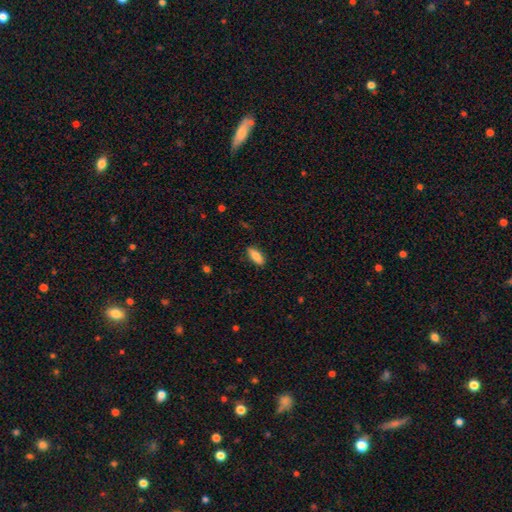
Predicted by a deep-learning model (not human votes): Smooth or featured? Predicted: smooth (p=0.79). How rounded? Predicted: in between (p=0.75). Merging? Predicted: none (p=0.87).